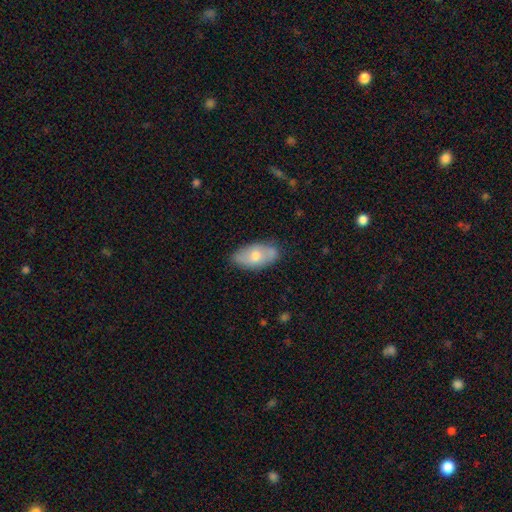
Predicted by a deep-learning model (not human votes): Overall: smooth (60%; featured or disk 33%). How rounded: in between (92%). Merging: none (78%).